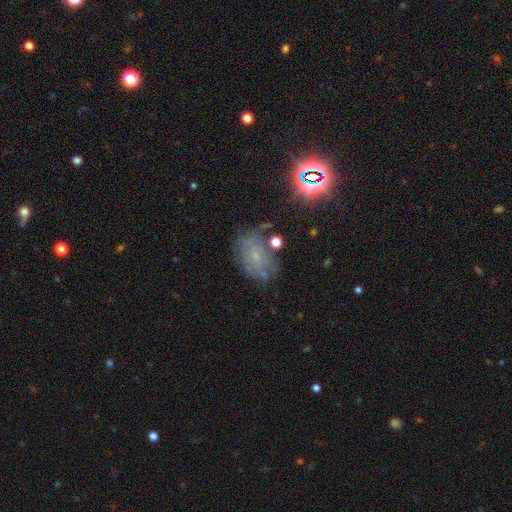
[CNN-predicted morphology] Smooth or featured: featured or disk — 39% (smooth — 34%)
Merging: none — 62% (minor disturbance — 23%)